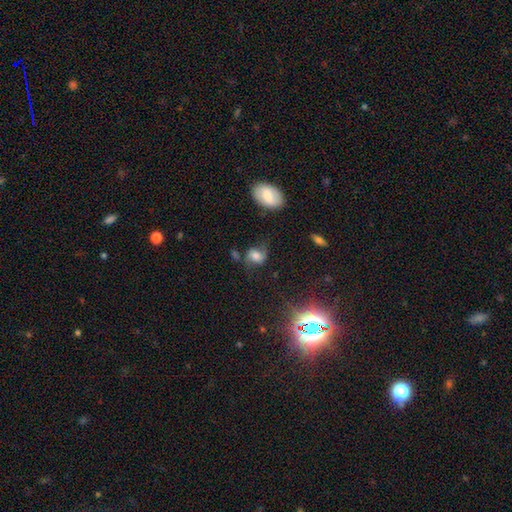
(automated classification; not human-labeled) smooth-or-featured: smooth: 44% | featured or disk: 42% | star or artifact: 13%
  merging: none: 56% | minor disturbance: 24% | major disturbance: 15% | merger: 5%